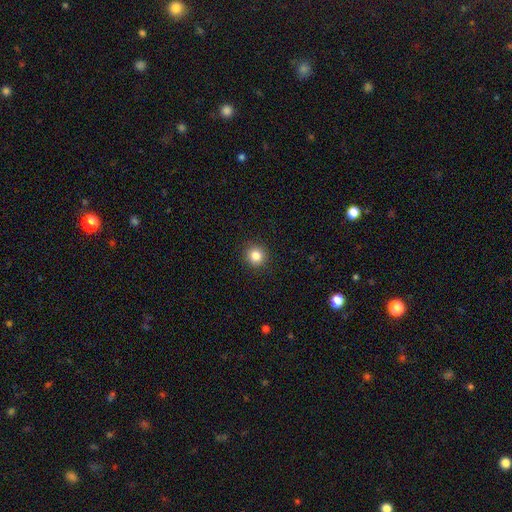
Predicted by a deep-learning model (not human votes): A smooth galaxy with no disk features (83%) that is round (94%). Merging: none (92%).